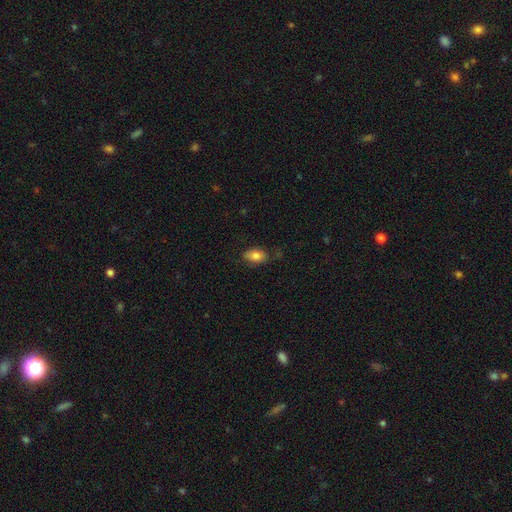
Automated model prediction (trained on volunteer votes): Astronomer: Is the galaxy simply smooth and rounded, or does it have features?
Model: smooth — 81%.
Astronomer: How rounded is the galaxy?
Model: in between — 90%.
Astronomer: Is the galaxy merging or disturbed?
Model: none — 75%.